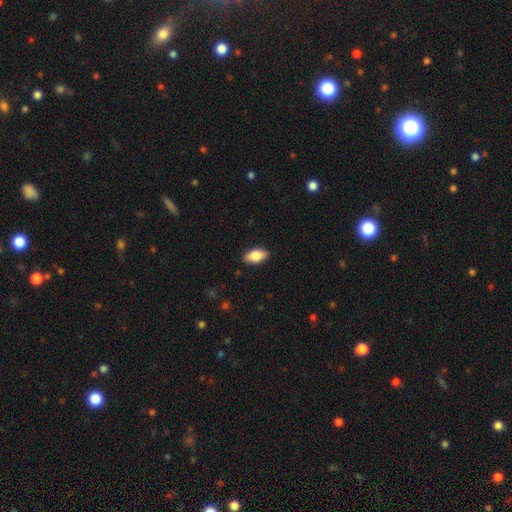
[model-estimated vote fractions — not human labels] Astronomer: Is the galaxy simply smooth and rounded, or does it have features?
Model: smooth — 83%.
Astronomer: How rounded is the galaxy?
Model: in between — 91%.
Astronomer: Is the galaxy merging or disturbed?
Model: none — 89%.